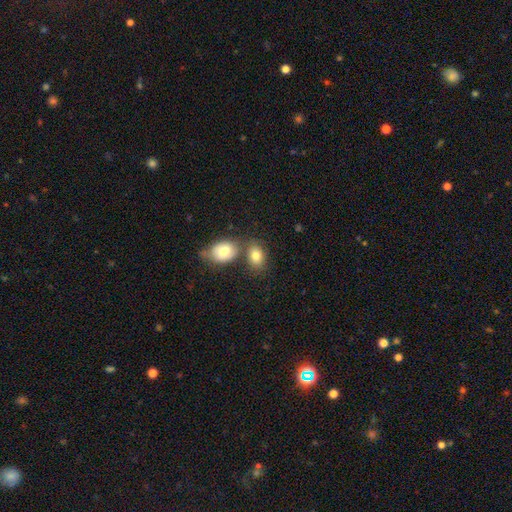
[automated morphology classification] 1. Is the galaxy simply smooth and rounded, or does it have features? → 79% smooth, 12% featured or disk, 8% star or artifact.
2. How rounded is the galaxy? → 74% in between, 25% round, 1% cigar-shaped.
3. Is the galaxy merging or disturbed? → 47% none, 37% merger, 12% minor disturbance, 4% major disturbance.